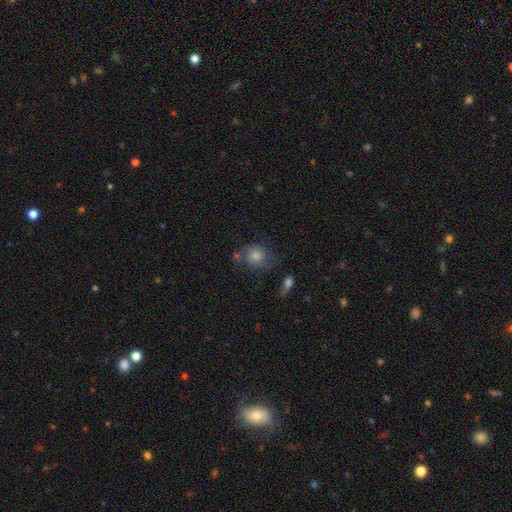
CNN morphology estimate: Smooth or featured? Predicted: smooth (p=0.54). How rounded? Predicted: round (p=0.79). Merging? Predicted: none (p=0.60).